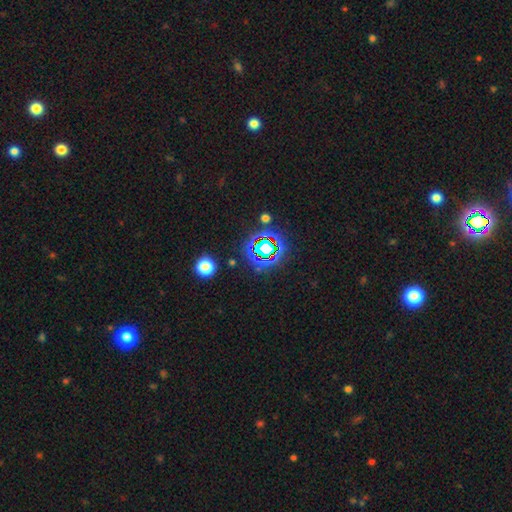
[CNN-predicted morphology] type=star or artifact (65%).